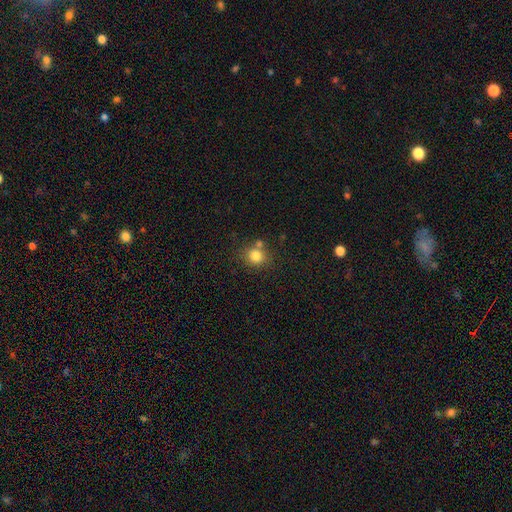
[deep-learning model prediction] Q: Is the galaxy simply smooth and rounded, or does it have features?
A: smooth — 81%.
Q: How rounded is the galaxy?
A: round — 81%.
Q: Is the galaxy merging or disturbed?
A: none — 66%.